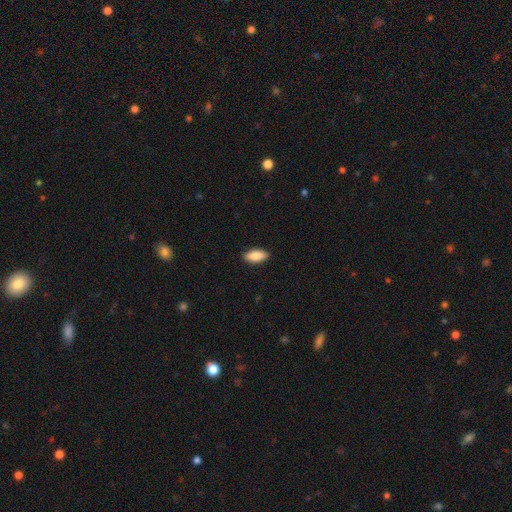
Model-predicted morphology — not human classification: type=smooth (88%); roundness=in between (89%); merging=none (89%).